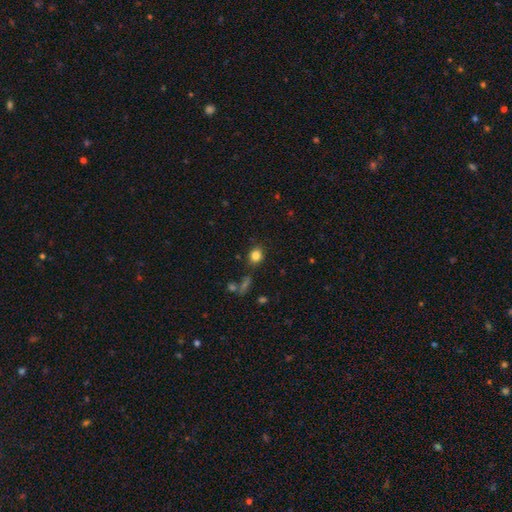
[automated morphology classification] Q: Smooth or featured?
A: smooth (82%); runner-up: star or artifact (12%)
Q: How rounded?
A: round (64%); runner-up: in between (35%)
Q: Merging?
A: none (81%); runner-up: minor disturbance (12%)